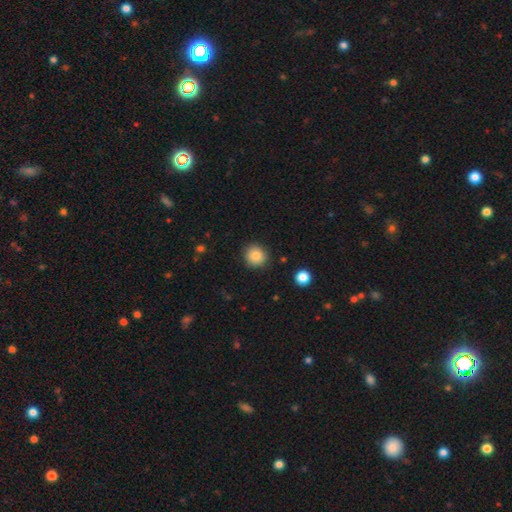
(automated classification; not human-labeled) Smooth or featured? smooth (84%)
How rounded? round (90%)
Merging? none (89%)